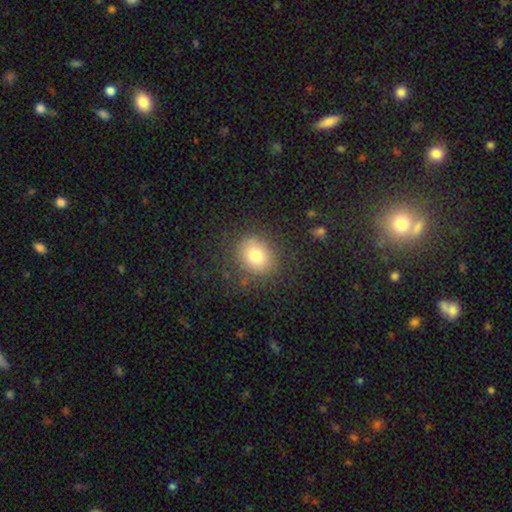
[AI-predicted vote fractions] Smooth or featured? Predicted: smooth (p=0.78). How rounded? Predicted: round (p=0.68). Merging? Predicted: none (p=0.82).